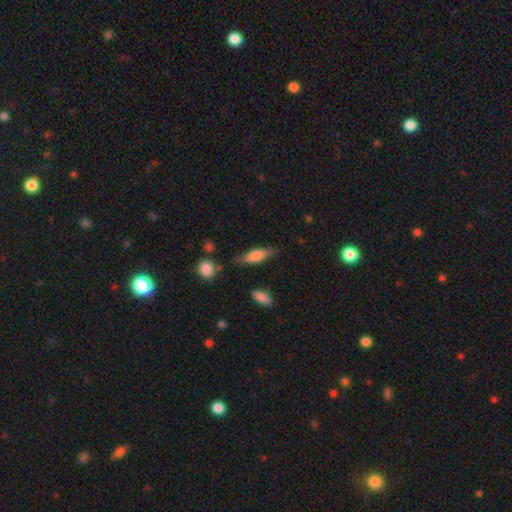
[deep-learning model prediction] Smooth or featured? smooth (78%)
How rounded? in between (57%)
Merging? none (71%)